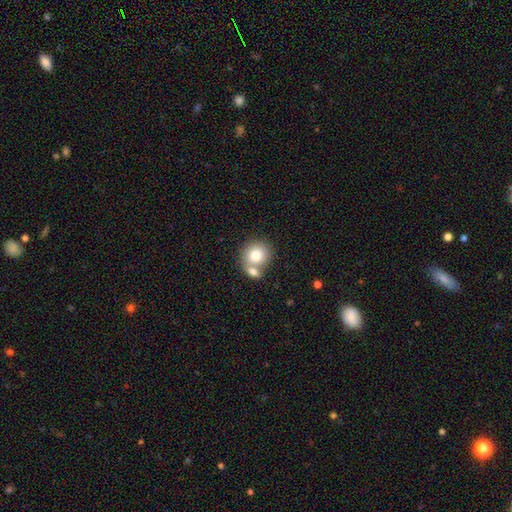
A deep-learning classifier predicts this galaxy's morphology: A smooth galaxy with no disk features (80%) that is round (81%). Merging: none (44%, tied with merger).